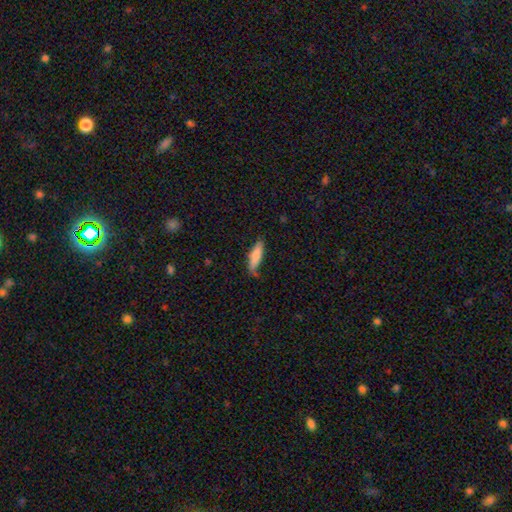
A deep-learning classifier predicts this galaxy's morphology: Overall: smooth (79%). How rounded: cigar-shaped (62%; in between 37%). Merging: none (58%; minor disturbance 31%).